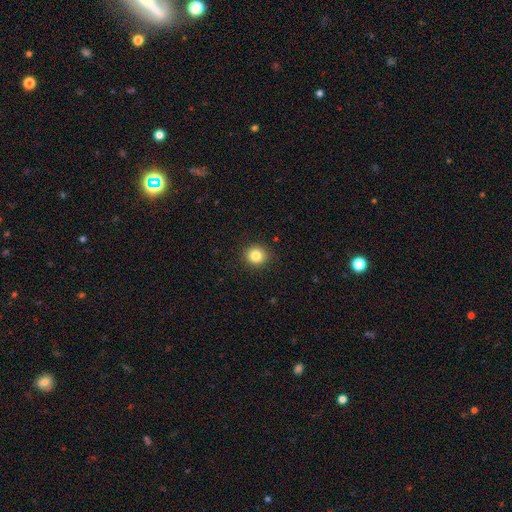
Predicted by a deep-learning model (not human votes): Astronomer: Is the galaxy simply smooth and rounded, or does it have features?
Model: smooth — 84%.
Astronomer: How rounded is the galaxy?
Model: round — 88%.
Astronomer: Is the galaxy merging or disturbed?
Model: none — 91%.